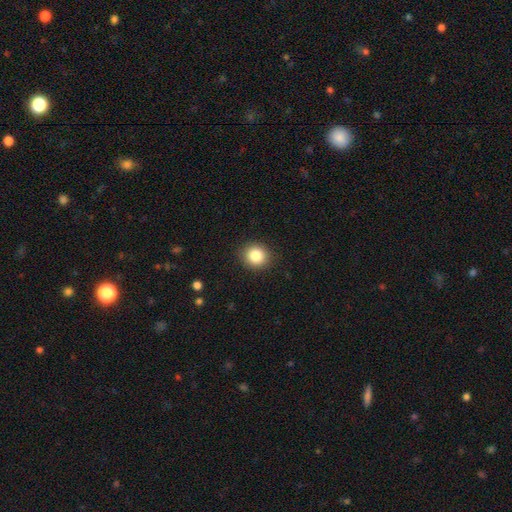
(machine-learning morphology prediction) Smooth or featured: smooth — 85% (star or artifact — 10%)
How rounded: round — 86% (in between — 14%)
Merging: none — 90% (minor disturbance — 7%)